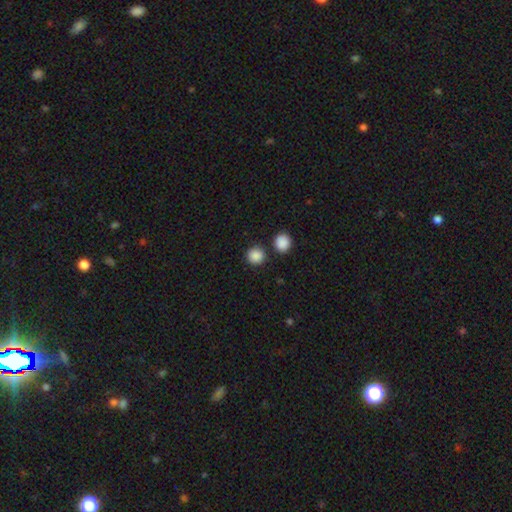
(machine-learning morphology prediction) This is clearly a smooth galaxy (87%). How rounded: clearly round (91%). Merging: clearly none (81%).